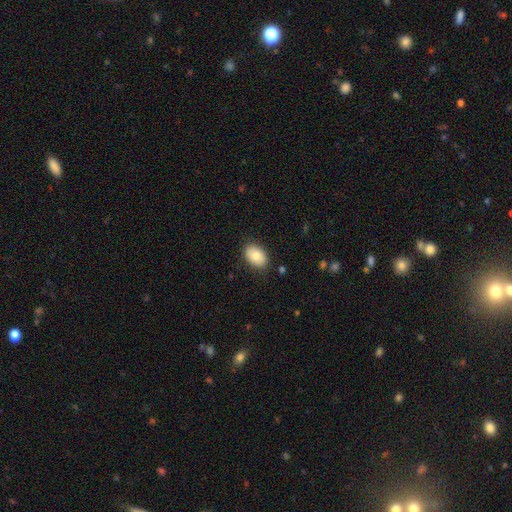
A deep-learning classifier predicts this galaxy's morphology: Overall: smooth (82%). How rounded: in between (86%). Merging: none (85%).